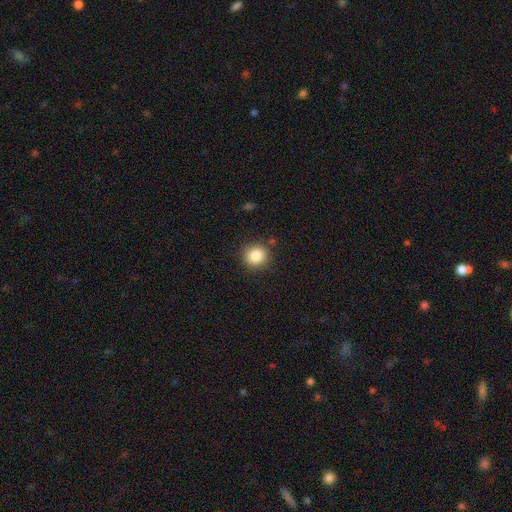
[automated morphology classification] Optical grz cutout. It shows a smooth galaxy with no disk features (86%) that is round (88%). Merging: none (86%).